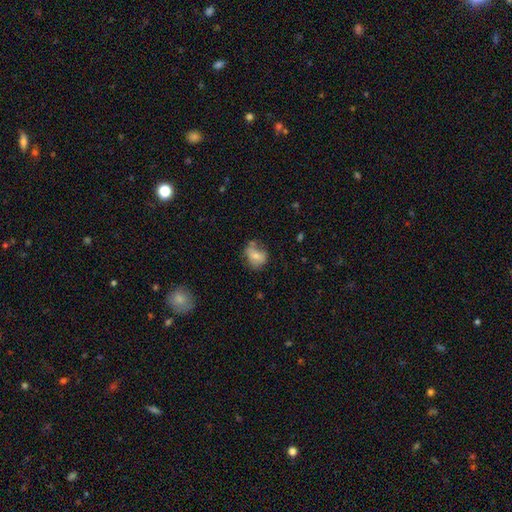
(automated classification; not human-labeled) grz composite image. It shows a smooth galaxy with no disk features (65%) that is in between round and cigar-shaped (53%). Merging: none (52%).